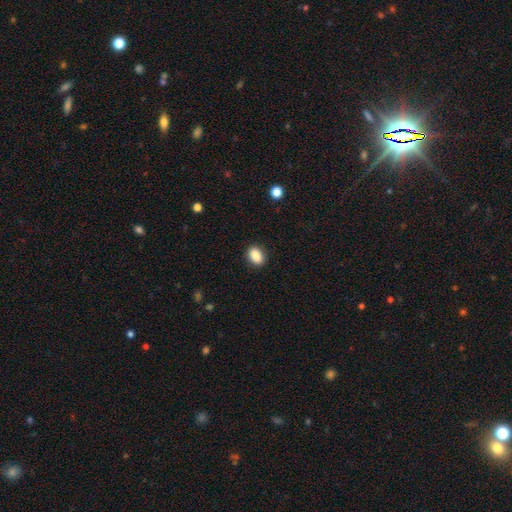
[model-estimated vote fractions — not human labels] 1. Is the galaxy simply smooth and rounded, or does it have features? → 88% smooth, 8% star or artifact, 4% featured or disk.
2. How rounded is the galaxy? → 82% in between, 17% round, 2% cigar-shaped.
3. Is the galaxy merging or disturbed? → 89% none, 8% minor disturbance, 2% major disturbance, 1% merger.